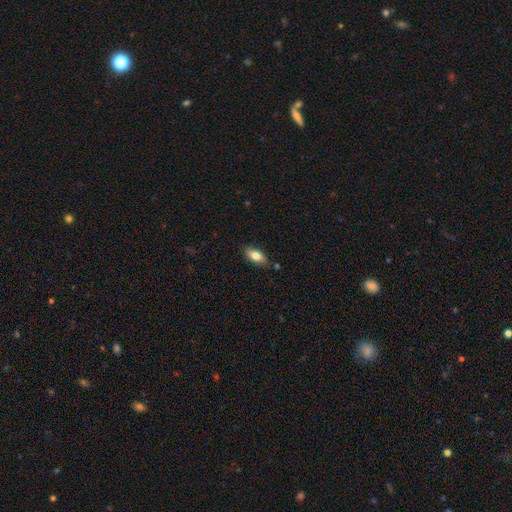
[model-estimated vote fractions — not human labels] Smooth or featured: smooth — 77% (featured or disk — 16%)
How rounded: in between — 86% (cigar-shaped — 11%)
Merging: none — 83% (minor disturbance — 13%)